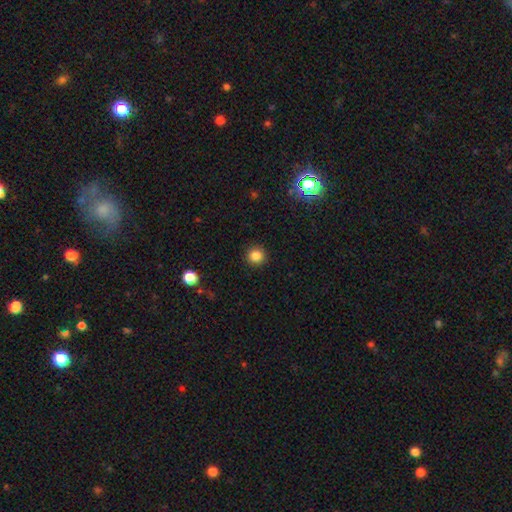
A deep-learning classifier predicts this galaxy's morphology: smooth 84%, star or artifact 12%, featured or disk 4%. Down the decision tree: how rounded — round (93%); merging — none (92%).